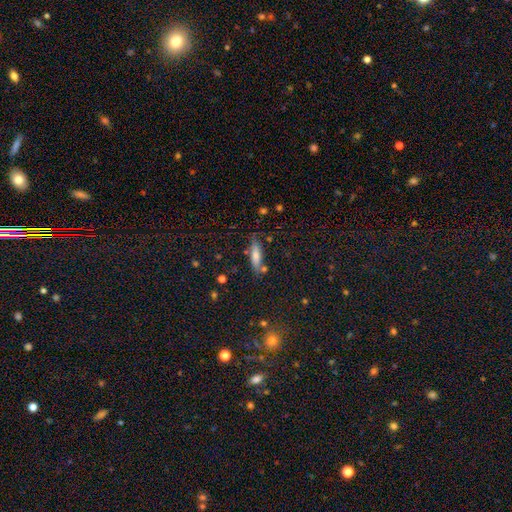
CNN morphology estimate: smooth_or_featured: smooth (p=0.72) [alt: featured or disk p=0.19]
how_rounded: cigar-shaped (p=0.58) [alt: in between p=0.39]
merging: none (p=0.70) [alt: minor disturbance p=0.17]